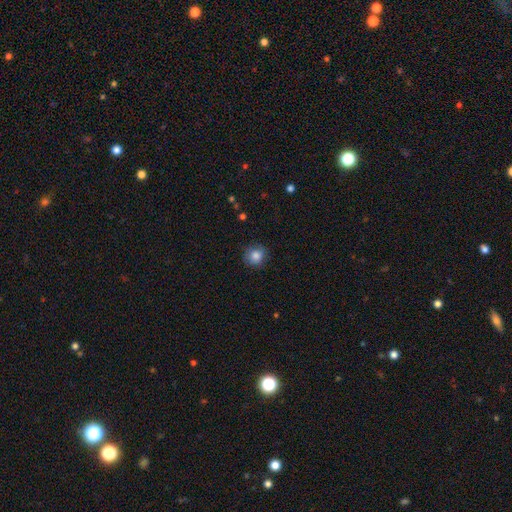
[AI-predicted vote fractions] smooth 84%, star or artifact 10%, featured or disk 7%. Down the decision tree: how rounded — round (88%); merging — none (83%).